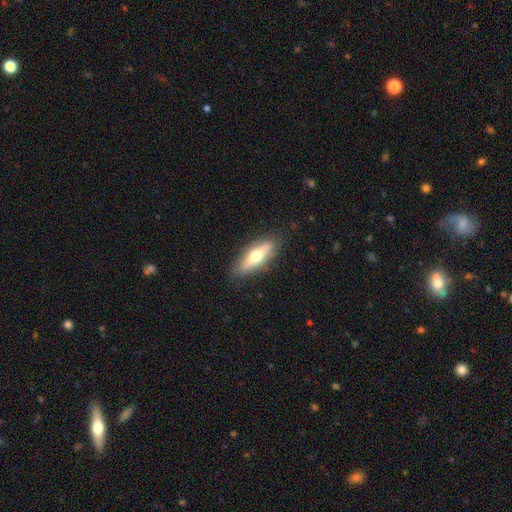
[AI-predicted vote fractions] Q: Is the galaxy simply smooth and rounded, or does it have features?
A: smooth — 57%.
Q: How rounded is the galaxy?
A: in between — 52%.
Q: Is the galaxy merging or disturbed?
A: none — 84%.